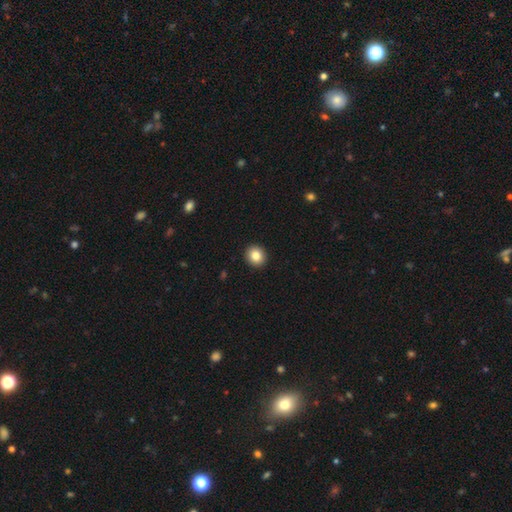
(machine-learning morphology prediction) smooth-or-featured: smooth: 84% | star or artifact: 9% | featured or disk: 7%
  how-rounded: round: 82% | in between: 17% | cigar-shaped: 1%
  merging: none: 93% | minor disturbance: 5% | major disturbance: 1% | merger: 1%